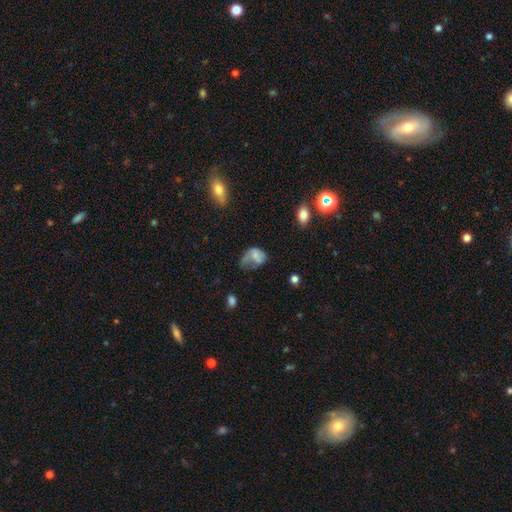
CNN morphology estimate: Smooth or featured? smooth (59%)
How rounded? in between (77%)
Merging? major disturbance (40%)